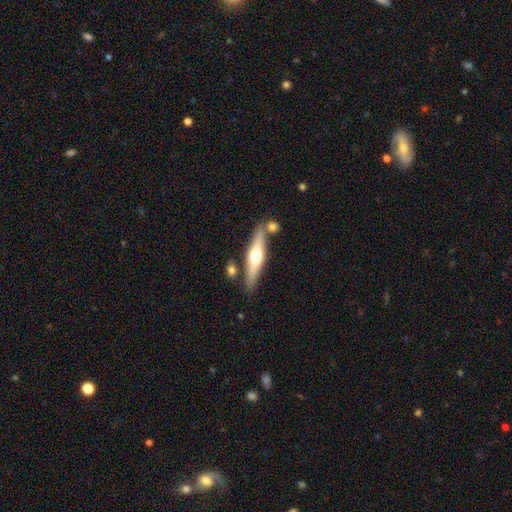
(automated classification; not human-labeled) Morphology: type=featured or disk (55%); edge-on=yes (92%); edge-on bulge=rounded (93%); merging=none (74%).